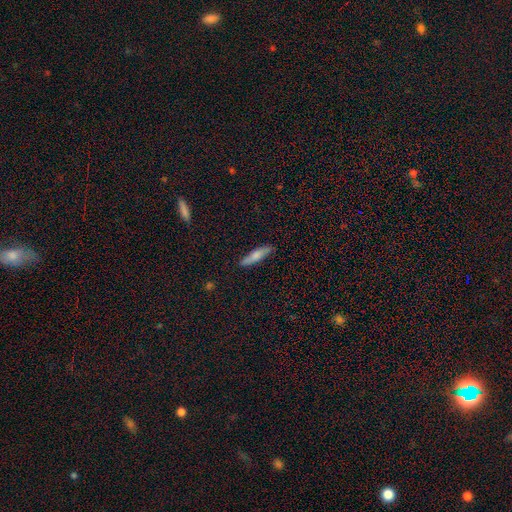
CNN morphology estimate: Smooth or featured? Predicted: smooth (p=0.71). How rounded? Predicted: cigar-shaped (p=0.82). Merging? Predicted: none (p=0.87).